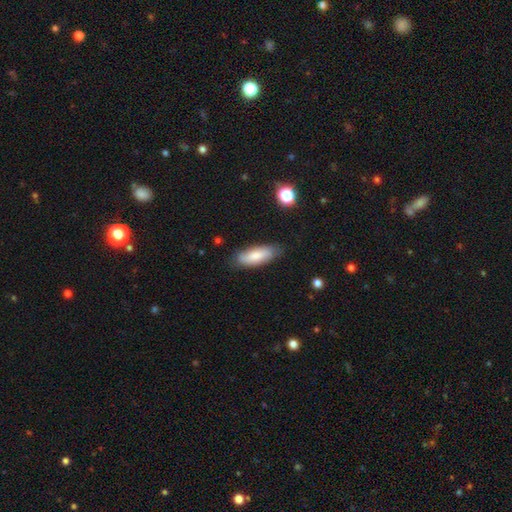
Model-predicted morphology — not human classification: type=smooth (77%); roundness=in between (74%); merging=none (77%).